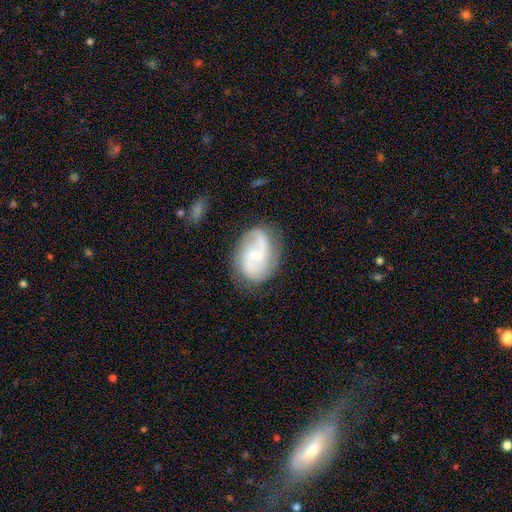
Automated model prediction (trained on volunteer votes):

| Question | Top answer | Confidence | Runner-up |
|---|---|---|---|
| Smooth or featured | featured or disk | 81% | smooth (14%) |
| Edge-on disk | no | 97% | yes (3%) |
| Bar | weak | 50% | no (37%) |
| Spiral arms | yes | 95% | no (5%) |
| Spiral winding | medium | 50% | tight (25%) |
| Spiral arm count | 2 | 81% | can't tell (8%) |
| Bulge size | small | 56% | moderate (35%) |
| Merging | none | 74% | minor disturbance (17%) |